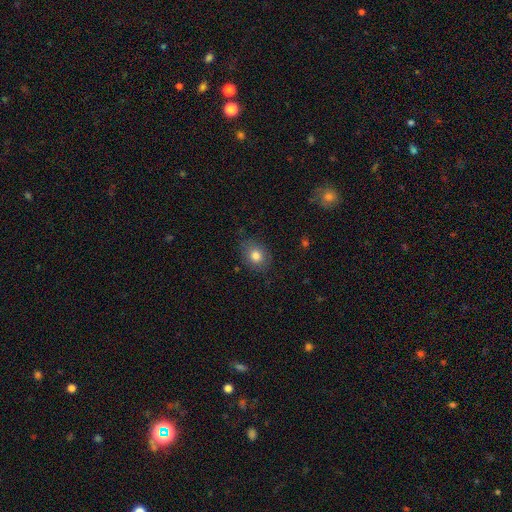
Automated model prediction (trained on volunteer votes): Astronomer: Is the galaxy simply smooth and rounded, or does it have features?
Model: smooth — 80%.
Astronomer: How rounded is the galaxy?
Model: in between — 56% (runner-up: round, 43%).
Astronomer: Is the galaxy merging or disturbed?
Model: none — 80%.